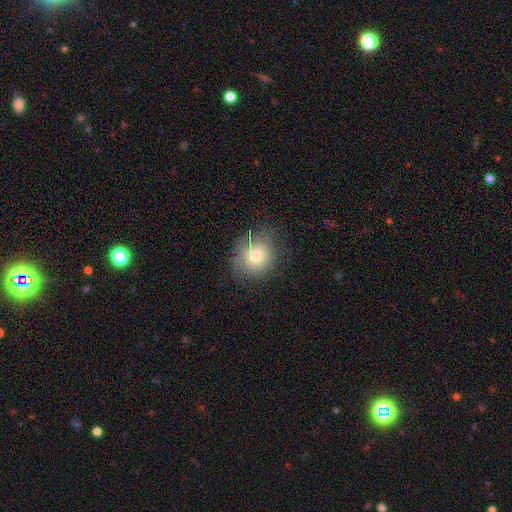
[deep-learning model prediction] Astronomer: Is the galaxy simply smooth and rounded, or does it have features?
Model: smooth — 71%.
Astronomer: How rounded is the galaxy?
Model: round — 79%.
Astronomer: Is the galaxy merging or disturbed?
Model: none — 73%.